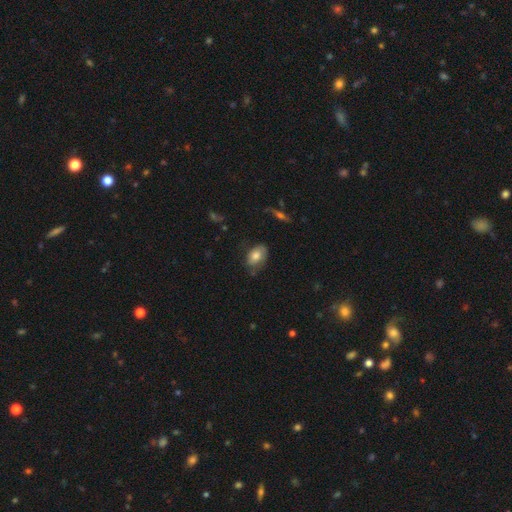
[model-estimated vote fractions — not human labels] Smooth or featured: smooth — 74% (featured or disk — 19%)
How rounded: in between — 88% (round — 10%)
Merging: none — 60% (minor disturbance — 29%)